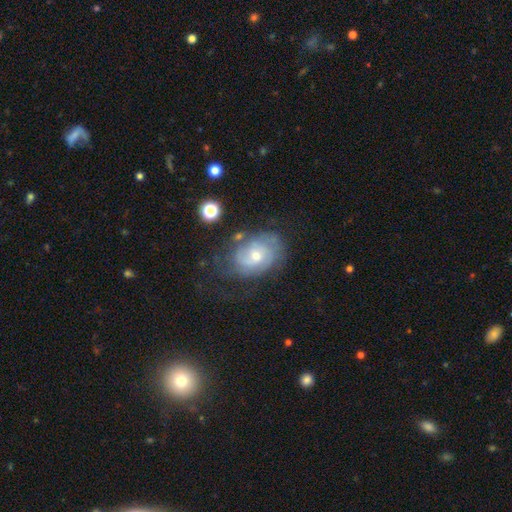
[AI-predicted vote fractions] smooth_or_featured: featured or disk (p=0.70) [alt: smooth p=0.22]
disk_edge_on: no (p=0.96) [alt: yes p=0.04]
bar: no (p=0.65) [alt: weak p=0.31]
has_spiral_arms: yes (p=0.86) [alt: no p=0.14]
spiral_winding: tight (p=0.51) [alt: medium p=0.36]
spiral_arm_count: can't tell (p=0.42) [alt: 2 p=0.34]
bulge_size: moderate (p=0.51) [alt: small p=0.45]
merging: none (p=0.57) [alt: minor disturbance p=0.25]